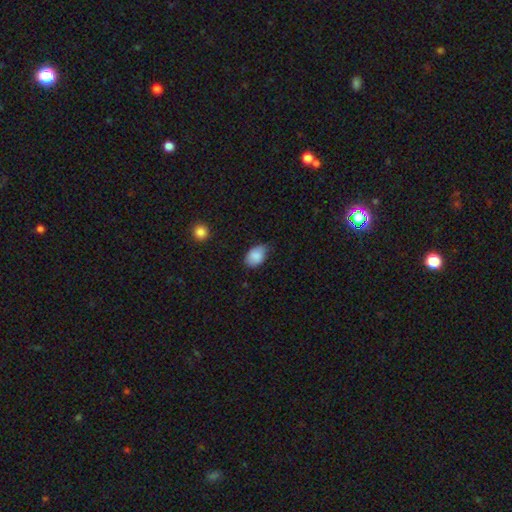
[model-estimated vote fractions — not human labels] Morphology: type=smooth (87%); roundness=in between (84%); merging=none (60%).